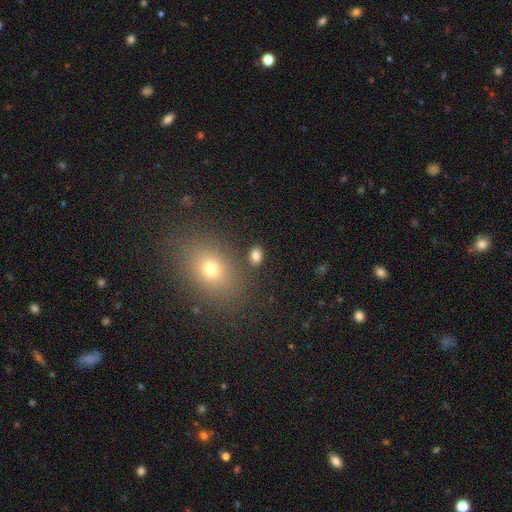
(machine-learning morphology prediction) smooth 81%, star or artifact 12%, featured or disk 7%. Down the decision tree: how rounded — in between (79%); merging — none (80%).